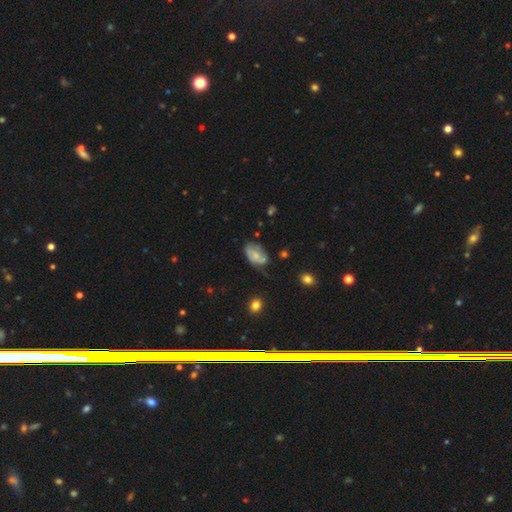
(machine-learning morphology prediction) smooth_or_featured: smooth (p=0.54) [alt: featured or disk p=0.38]
how_rounded: in between (p=0.91) [alt: round p=0.08]
merging: none (p=0.45) [alt: minor disturbance p=0.36]